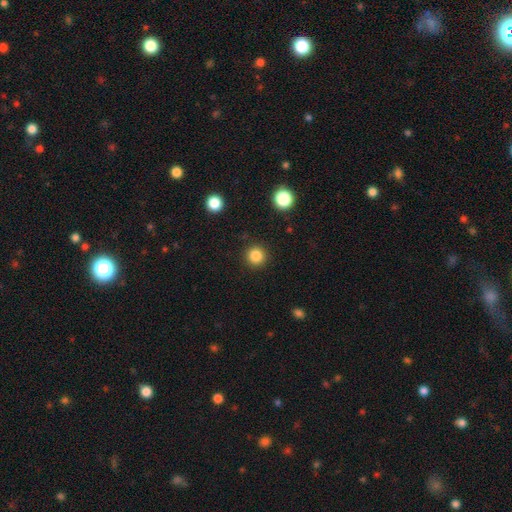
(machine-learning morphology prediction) type=smooth (84%); roundness=round (94%); merging=none (91%).